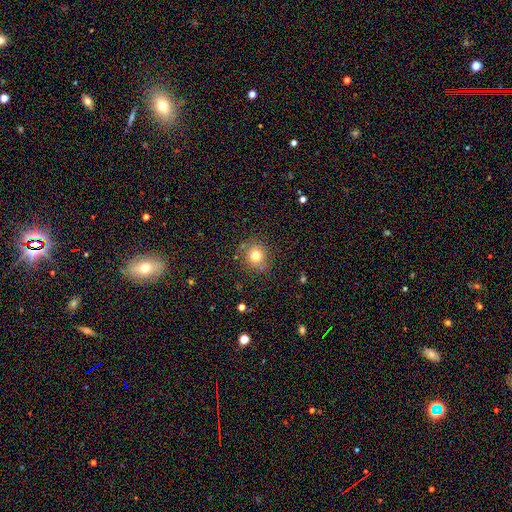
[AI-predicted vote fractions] This appears to be a smooth galaxy with no disk features (77%) that is round (88%). Merging: none (83%).